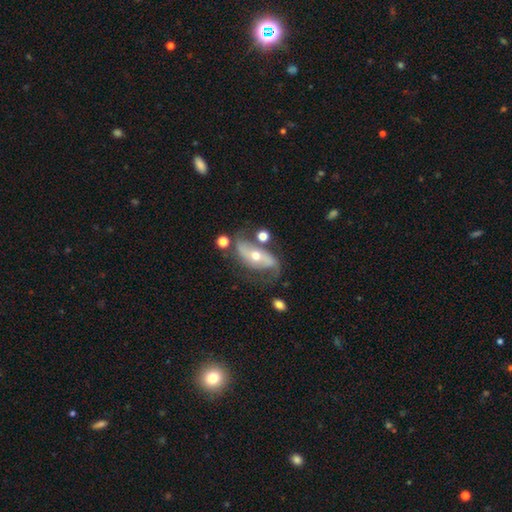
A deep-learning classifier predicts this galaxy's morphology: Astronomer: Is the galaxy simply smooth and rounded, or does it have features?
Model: featured or disk — 77%.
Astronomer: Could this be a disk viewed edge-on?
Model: no — 90%.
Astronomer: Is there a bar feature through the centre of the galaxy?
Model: no — 50% (runner-up: strong, 27%).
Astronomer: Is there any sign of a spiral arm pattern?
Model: yes — 85%.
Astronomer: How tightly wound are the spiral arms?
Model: loose — 46% (runner-up: medium, 34%).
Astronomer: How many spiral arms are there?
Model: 2 — 83%.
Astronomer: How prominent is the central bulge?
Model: moderate — 56% (runner-up: small, 39%).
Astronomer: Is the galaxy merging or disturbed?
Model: none — 58%.